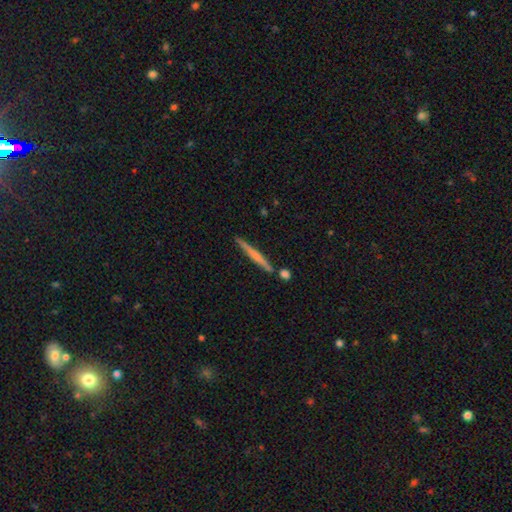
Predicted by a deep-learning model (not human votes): A featured or disk galaxy (50%). Merging: none (83%).